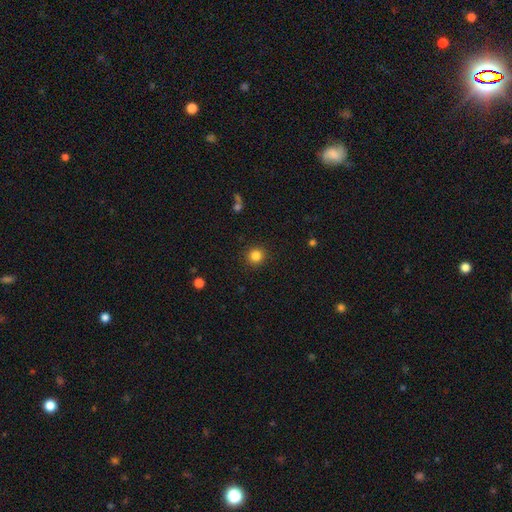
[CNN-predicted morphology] Smooth or featured? Predicted: smooth (p=0.84). How rounded? Predicted: round (p=0.93). Merging? Predicted: none (p=0.92).